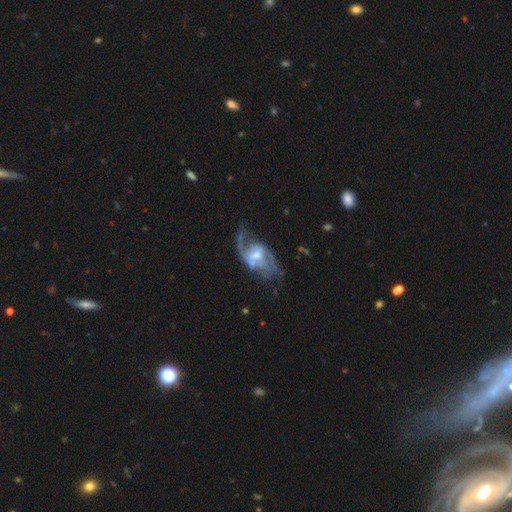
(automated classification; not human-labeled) Smooth or featured?
  - featured or disk: 82% *
  - smooth: 12%
  - star or artifact: 6%
Edge-on disk?
  - no: 96% *
  - yes: 4%
Bar?
  - weak: 52% *
  - no: 33%
  - strong: 14%
Spiral arms?
  - yes: 88% *
  - no: 12%
Spiral winding?
  - loose: 51% *
  - medium: 37%
  - tight: 12%
Spiral arm count?
  - 2: 72% *
  - 1: 11%
  - can't tell: 11%
  - 3: 3%
  - 4: 2%
  - more than 4: 2%
Bulge size?
  - moderate: 52% *
  - small: 31%
  - large: 9%
  - none: 7%
  - dominant: 1%
Merging?
  - none: 46% *
  - major disturbance: 28%
  - minor disturbance: 20%
  - merger: 6%